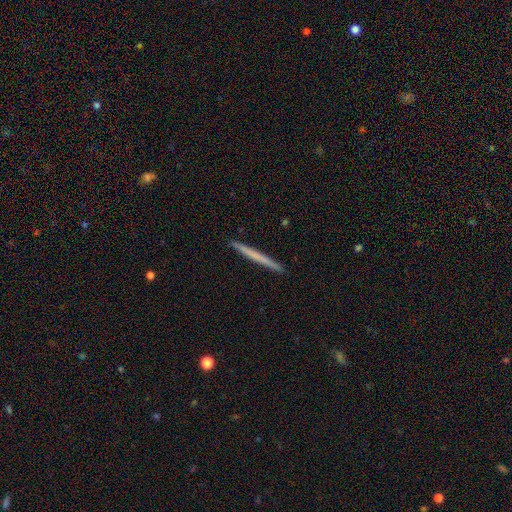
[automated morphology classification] type=smooth (53%); roundness=cigar-shaped (97%); merging=none (93%).